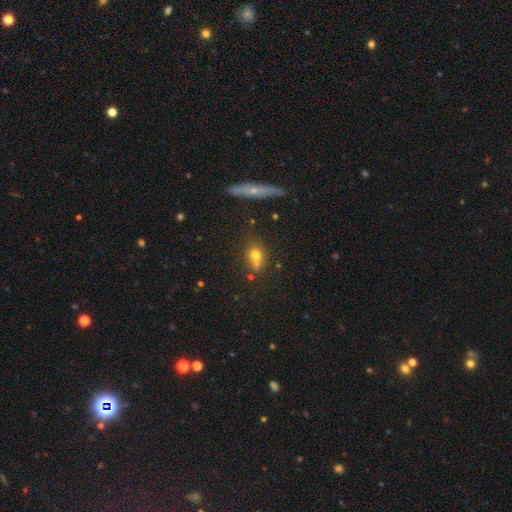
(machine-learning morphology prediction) A smooth galaxy with no disk features (68%) that is round (68%). Merging: none (53%).